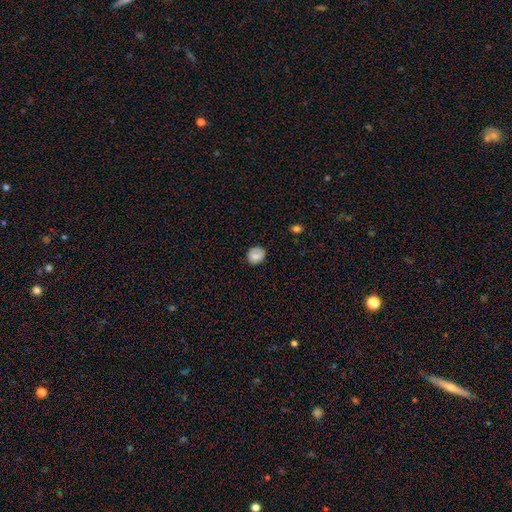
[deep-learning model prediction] This appears to be a smooth galaxy with no disk features (77%) that is round (79%). Merging: none (77%).